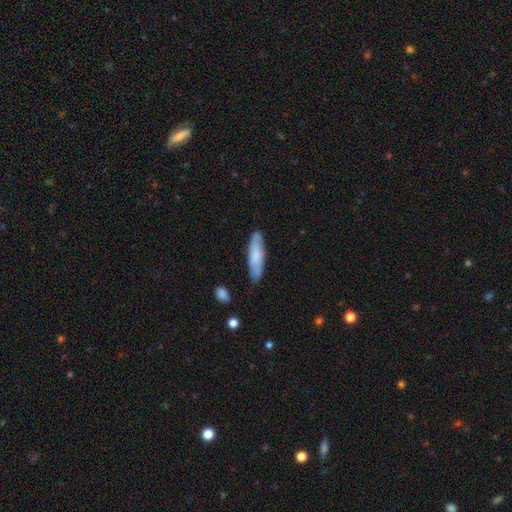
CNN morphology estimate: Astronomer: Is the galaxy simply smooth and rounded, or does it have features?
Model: smooth — 70%.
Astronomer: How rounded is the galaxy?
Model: cigar-shaped — 66%.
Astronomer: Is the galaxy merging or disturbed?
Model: none — 80%.